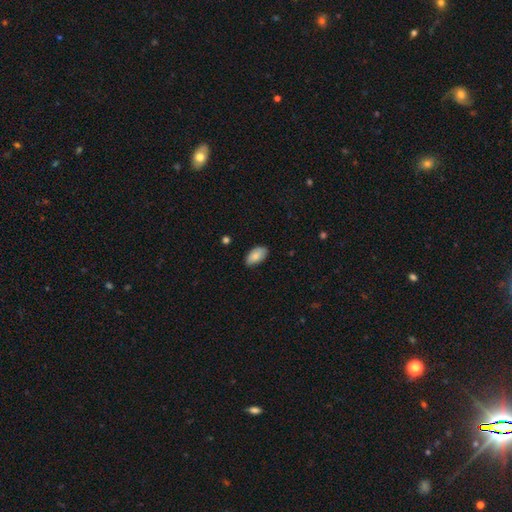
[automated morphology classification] Smooth or featured? smooth (84%)
How rounded? in between (95%)
Merging? none (82%)